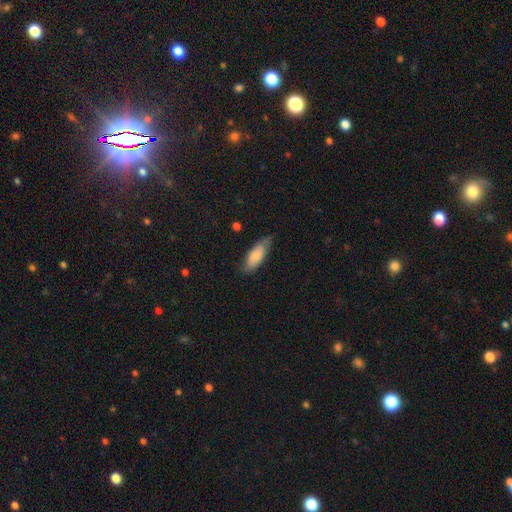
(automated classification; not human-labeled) Overall: smooth (77%). How rounded: in between (73%). Merging: none (68%).